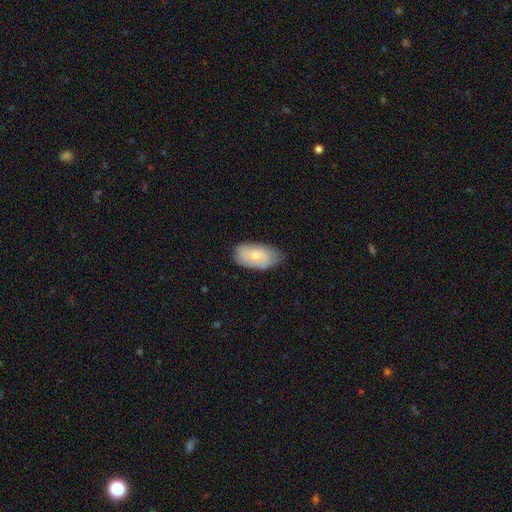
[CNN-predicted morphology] smooth-or-featured: smooth: 65% | featured or disk: 28% | star or artifact: 6%
  how-rounded: in between: 94% | round: 4% | cigar-shaped: 2%
  merging: none: 67% | minor disturbance: 27% | major disturbance: 5% | merger: 1%